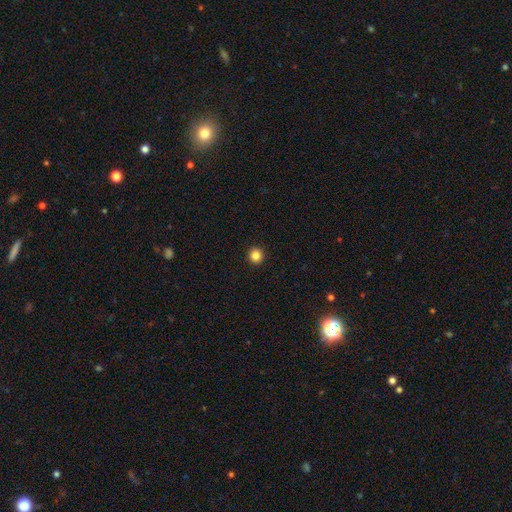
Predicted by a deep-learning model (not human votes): smooth-or-featured: smooth: 85% | star or artifact: 11% | featured or disk: 4%
  how-rounded: round: 95% | in between: 4% | cigar-shaped: 1%
  merging: none: 94% | minor disturbance: 4% | major disturbance: 1% | merger: 1%